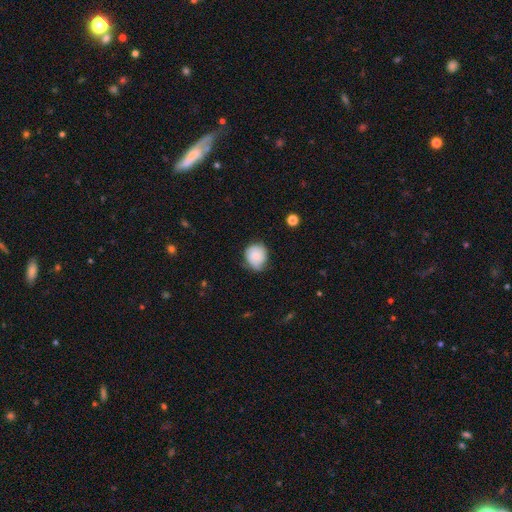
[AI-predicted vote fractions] Smooth or featured: smooth — 61% (featured or disk — 32%)
How rounded: round — 74% (in between — 25%)
Merging: none — 61% (minor disturbance — 31%)